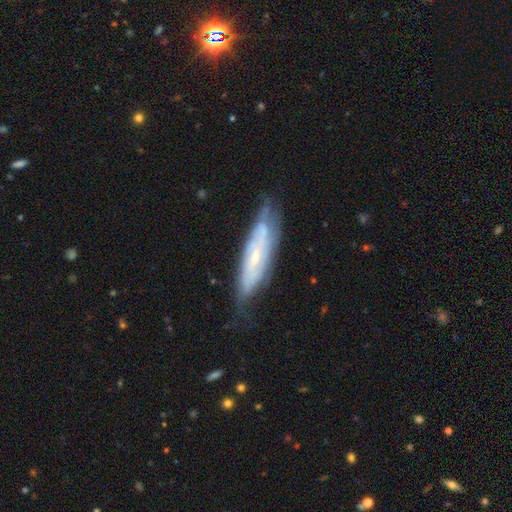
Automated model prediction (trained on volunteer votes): Overall: featured or disk (68%). Edge-on disk: no (67%; yes 33%). Merging: none (65%; minor disturbance 25%).